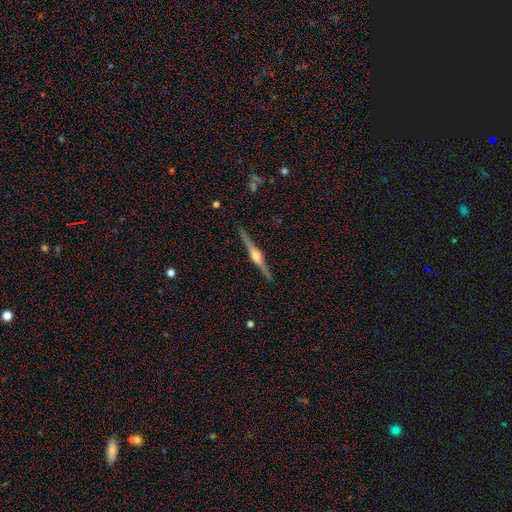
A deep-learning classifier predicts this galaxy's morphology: Smooth or featured: featured or disk — 86% (smooth — 9%)
Edge-on disk: yes — 99% (no — 1%)
Edge-on bulge: rounded — 91% (boxy — 7%)
Merging: none — 91% (minor disturbance — 6%)